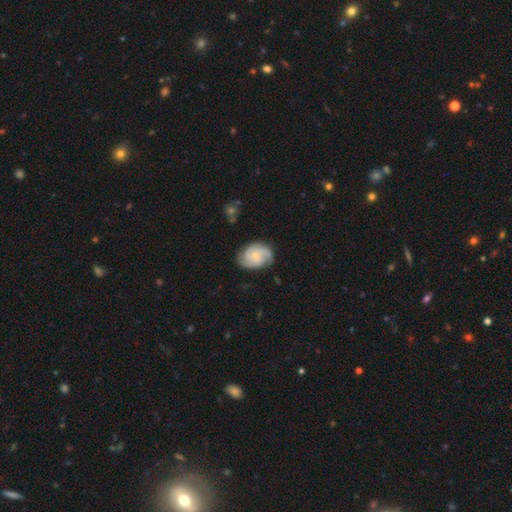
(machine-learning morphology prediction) featured or disk 75%, smooth 19%, star or artifact 6%. Down the decision tree: edge-on disk — no (98%); bar — no (70%); spiral arms — yes (95%); spiral arm count — 2 (42%); spiral winding — tight (44%); bulge size — small (63%); merging — none (71%).